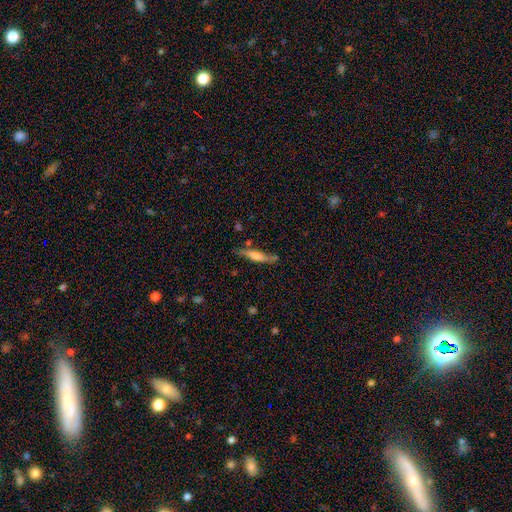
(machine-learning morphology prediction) Q: Smooth or featured?
A: smooth (52%); runner-up: featured or disk (41%)
Q: How rounded?
A: cigar-shaped (85%); runner-up: in between (13%)
Q: Merging?
A: none (69%); runner-up: minor disturbance (20%)